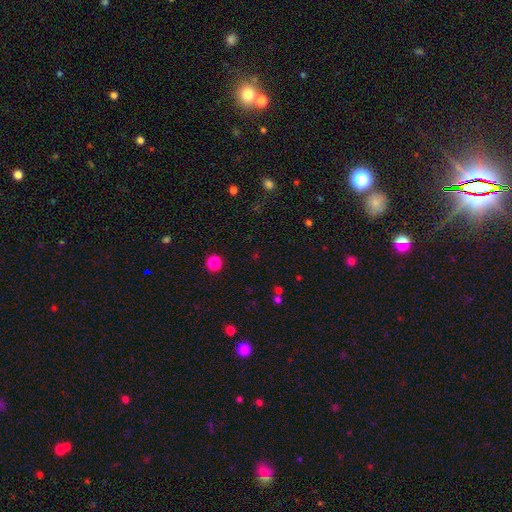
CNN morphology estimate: A smooth galaxy with no disk features (53%) that is round (84%). Merging: none (84%).